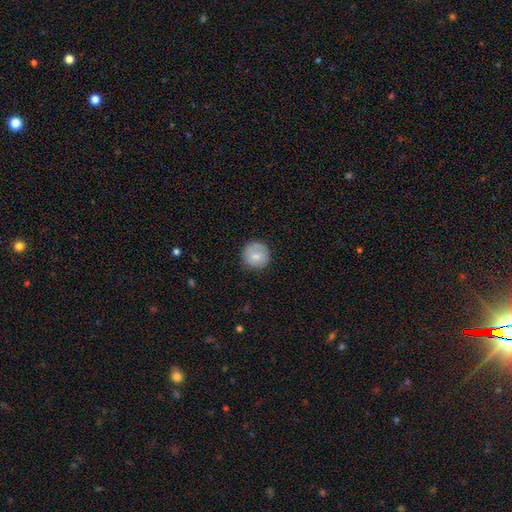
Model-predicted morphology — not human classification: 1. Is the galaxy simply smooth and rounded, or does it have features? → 80% smooth, 12% featured or disk, 7% star or artifact.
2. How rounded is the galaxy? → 94% round, 5% in between, 1% cigar-shaped.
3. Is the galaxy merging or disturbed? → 84% none, 12% minor disturbance, 3% major disturbance, 1% merger.